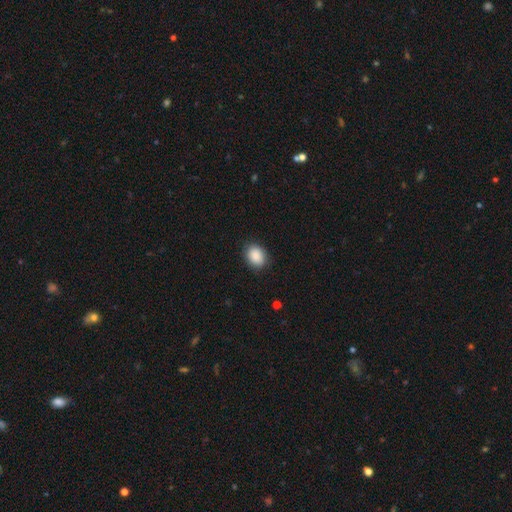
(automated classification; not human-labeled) This appears to be a smooth galaxy with no disk features (88%) that is in between round and cigar-shaped (63%). Merging: none (85%).